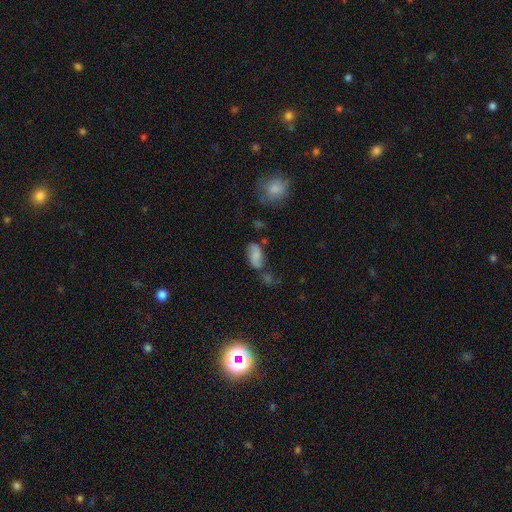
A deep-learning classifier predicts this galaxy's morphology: Smooth or featured? smooth (63%)
How rounded? in between (90%)
Merging? none (49%)